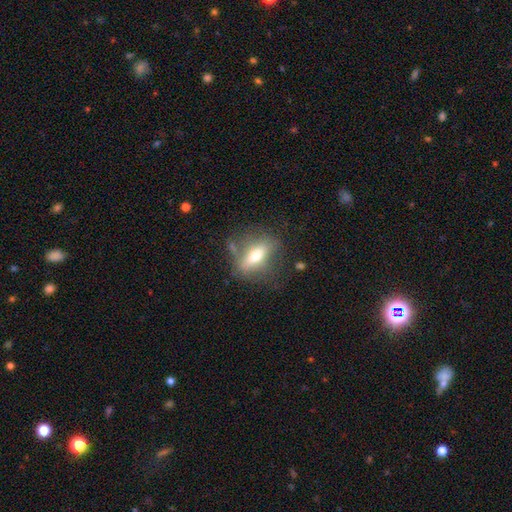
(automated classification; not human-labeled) A smooth galaxy with no disk features (53%) that is in between round and cigar-shaped (68%).

Vote fractions:
- Smooth or featured? smooth: 53% / featured or disk: 38% / star or artifact: 9%
- How rounded? in between: 68% / cigar-shaped: 17% / round: 15%
- Merging? none: 61% / minor disturbance: 20% / major disturbance: 13% / merger: 6%